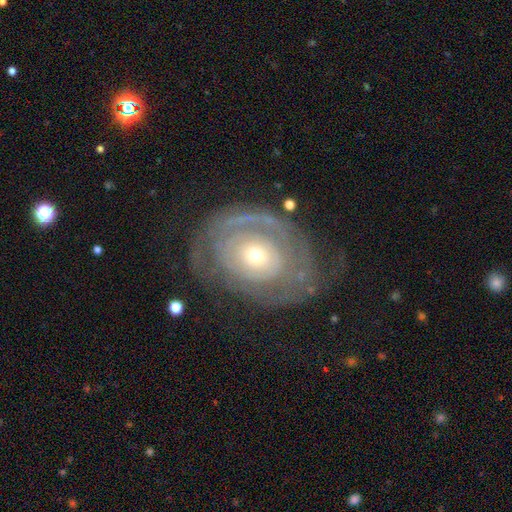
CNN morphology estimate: Smooth or featured? Predicted: featured or disk (p=0.74). Edge-on disk? Predicted: no (p=0.95). Bar? Predicted: no (p=0.84). Spiral arms? Predicted: yes (p=0.63). Bulge size? Predicted: small (p=0.55). Merging? Predicted: none (p=0.64).